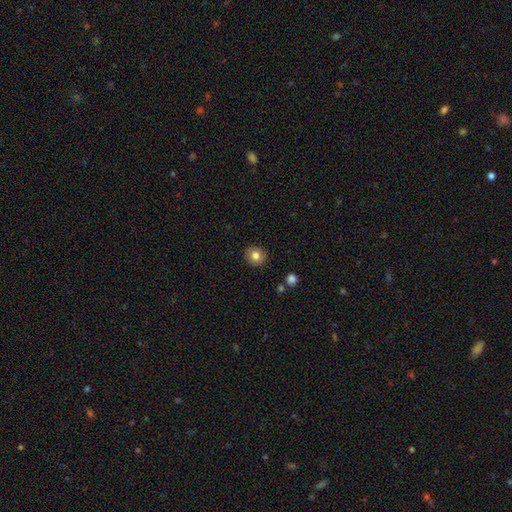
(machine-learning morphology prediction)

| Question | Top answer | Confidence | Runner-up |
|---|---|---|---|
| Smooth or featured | smooth | 83% | star or artifact (10%) |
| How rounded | round | 88% | in between (11%) |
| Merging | none | 90% | minor disturbance (7%) |